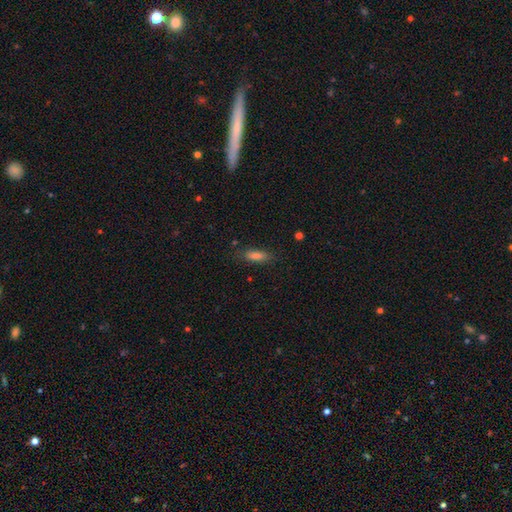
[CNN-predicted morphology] This is likely a smooth galaxy (74%). How rounded: possibly in between (50%). Merging: clearly none (80%).